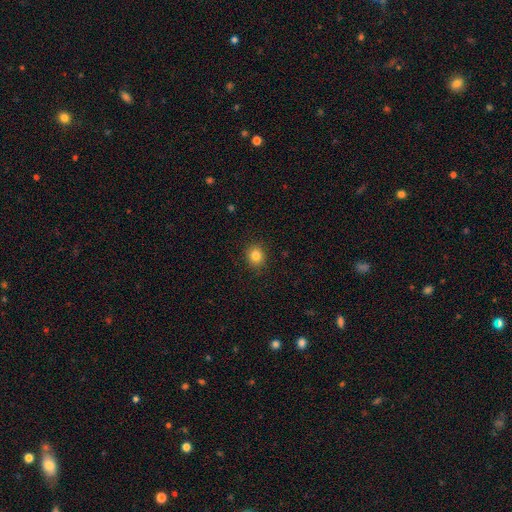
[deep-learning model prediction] smooth 83%, star or artifact 11%, featured or disk 6%. Down the decision tree: how rounded — round (78%); merging — none (89%).